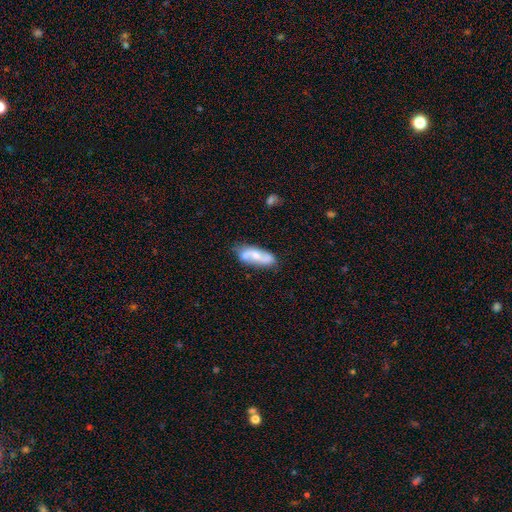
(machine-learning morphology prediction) A featured or disk galaxy (55%). Merging: none (68%).